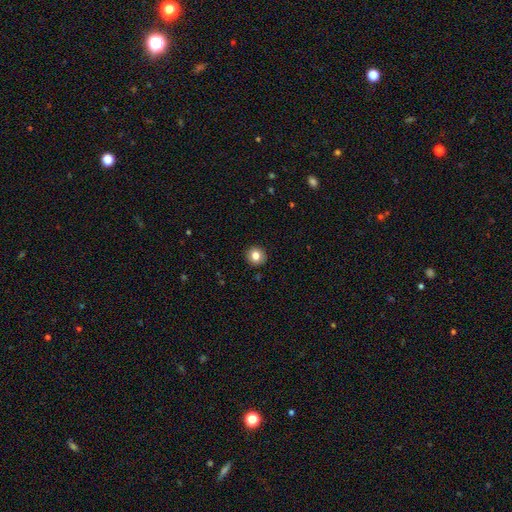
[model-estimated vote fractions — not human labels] Smooth or featured?
  - smooth: 83% *
  - star or artifact: 10%
  - featured or disk: 7%
How rounded?
  - round: 90% *
  - in between: 9%
  - cigar-shaped: 1%
Merging?
  - none: 92% *
  - minor disturbance: 5%
  - major disturbance: 2%
  - merger: 1%